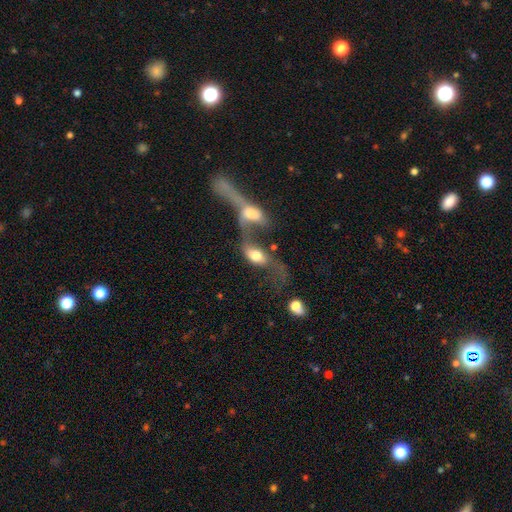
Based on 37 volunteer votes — Q: Smooth or featured?
A: smooth (57%); runner-up: featured or disk (43%)
Q: How rounded?
A: in between (95%); runner-up: cigar-shaped (5%)
Q: Merging?
A: merger (73%); runner-up: major disturbance (19%)